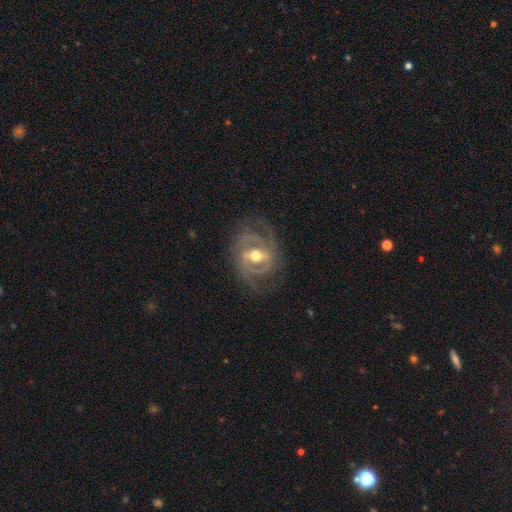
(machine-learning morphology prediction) smooth_or_featured: featured or disk (p=0.89) [alt: smooth p=0.06]
disk_edge_on: no (p=0.96) [alt: yes p=0.04]
bar: strong (p=0.42) [alt: weak p=0.38]
has_spiral_arms: yes (p=0.92) [alt: no p=0.08]
spiral_winding: tight (p=0.45) [alt: medium p=0.42]
spiral_arm_count: 2 (p=0.55) [alt: 3 p=0.19]
bulge_size: moderate (p=0.78) [alt: small p=0.13]
merging: none (p=0.71) [alt: minor disturbance p=0.17]